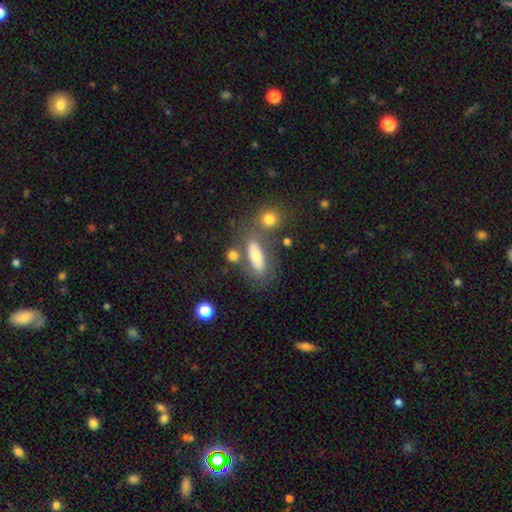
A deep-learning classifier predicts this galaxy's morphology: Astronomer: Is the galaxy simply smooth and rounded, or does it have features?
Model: smooth — 58%.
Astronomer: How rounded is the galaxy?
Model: in between — 71%.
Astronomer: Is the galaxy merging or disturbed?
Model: none — 56%.